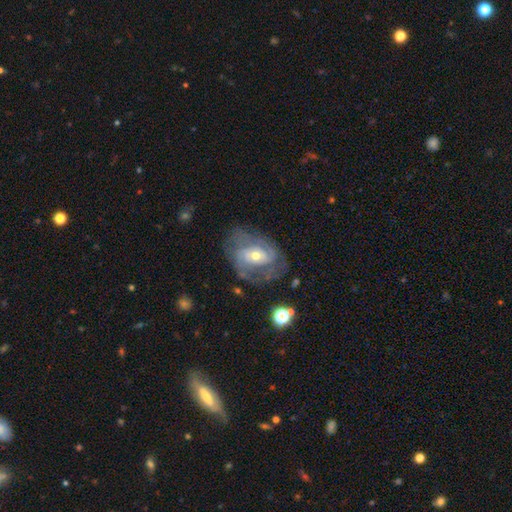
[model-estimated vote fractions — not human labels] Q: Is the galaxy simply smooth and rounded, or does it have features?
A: featured or disk — 79%.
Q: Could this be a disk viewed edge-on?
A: no — 96%.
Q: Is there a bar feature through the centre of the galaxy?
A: no — 54%.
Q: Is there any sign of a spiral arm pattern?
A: yes — 85%.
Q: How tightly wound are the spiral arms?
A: tight — 47%.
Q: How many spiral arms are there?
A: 2 — 44%.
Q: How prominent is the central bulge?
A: moderate — 48%.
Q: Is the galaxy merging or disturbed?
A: none — 61%.